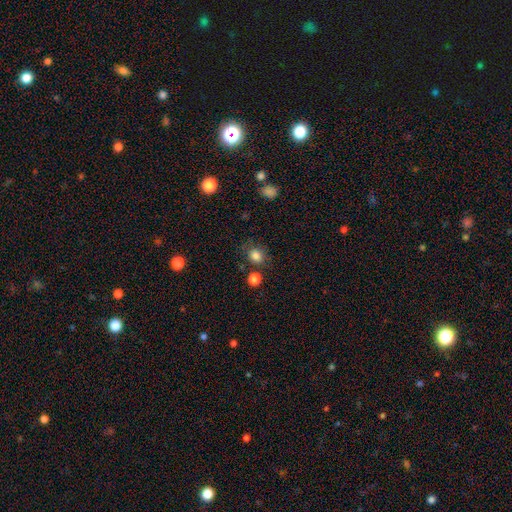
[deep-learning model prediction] Smooth or featured? smooth (83%)
How rounded? round (70%)
Merging? none (73%)